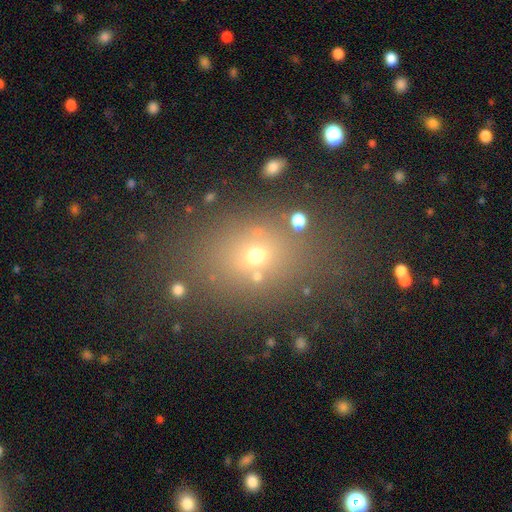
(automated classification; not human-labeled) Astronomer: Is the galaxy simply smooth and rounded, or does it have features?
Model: smooth — 56%.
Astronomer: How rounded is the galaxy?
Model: in between — 59% (runner-up: round, 39%).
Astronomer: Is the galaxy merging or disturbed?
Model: none — 77%.